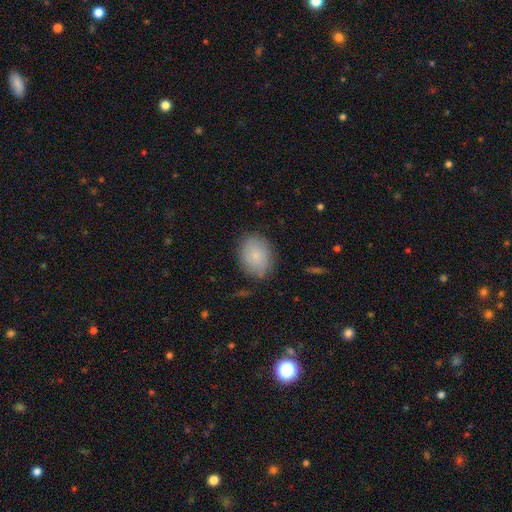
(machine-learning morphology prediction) A smooth galaxy with no disk features (82%) that is in between round and cigar-shaped (60%).

Vote fractions:
- Smooth or featured? smooth: 82% / featured or disk: 11% / star or artifact: 8%
- How rounded? in between: 60% / round: 39% / cigar-shaped: 1%
- Merging? none: 79% / minor disturbance: 16% / major disturbance: 4% / merger: 1%